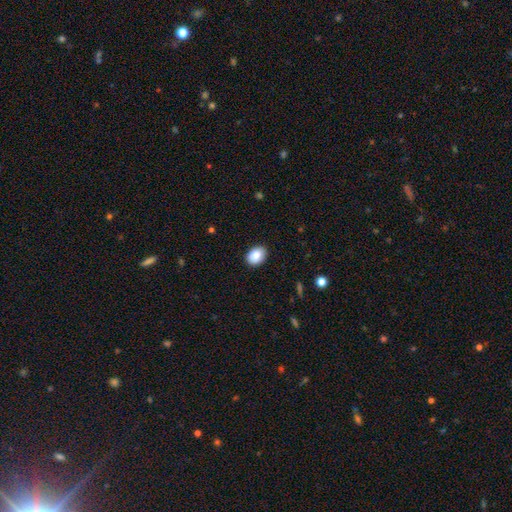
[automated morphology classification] Smooth or featured? Predicted: smooth (p=0.87). How rounded? Predicted: in between (p=0.71). Merging? Predicted: none (p=0.89).